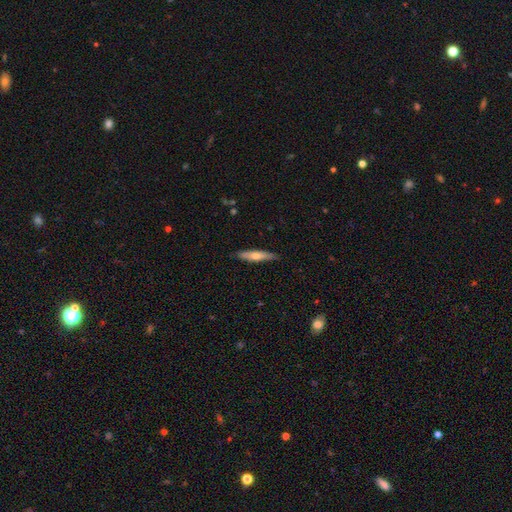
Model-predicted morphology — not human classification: A smooth galaxy with no disk features (50%) that is cigar-shaped (84%).

Vote fractions:
- Smooth or featured? smooth: 50% / featured or disk: 44% / star or artifact: 6%
- How rounded? cigar-shaped: 84% / in between: 14% / round: 2%
- Merging? none: 87% / minor disturbance: 11% / major disturbance: 2% / merger: 1%